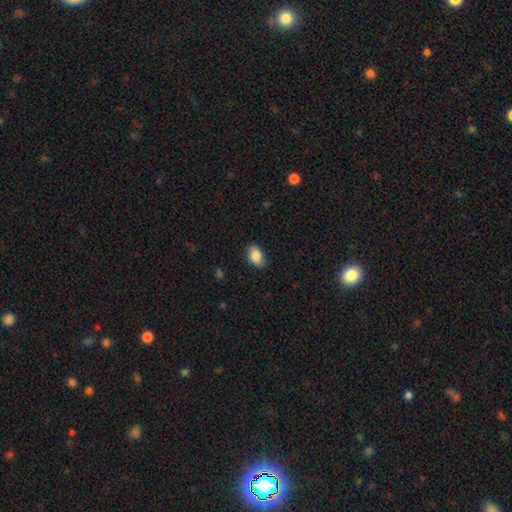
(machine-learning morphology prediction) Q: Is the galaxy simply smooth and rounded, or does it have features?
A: smooth — 86%.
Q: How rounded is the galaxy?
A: in between — 88%.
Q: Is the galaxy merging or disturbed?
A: none — 85%.